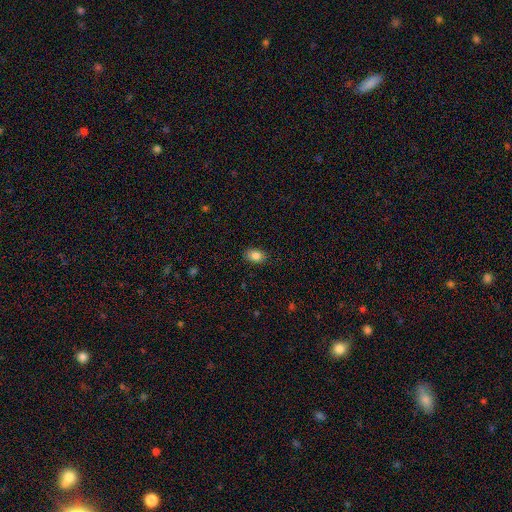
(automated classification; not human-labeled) Smooth or featured: smooth — 84% (star or artifact — 9%)
How rounded: in between — 77% (round — 21%)
Merging: none — 86% (minor disturbance — 11%)